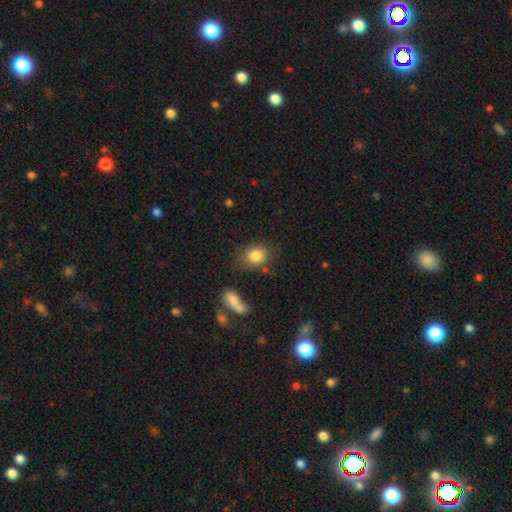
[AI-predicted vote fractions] This appears to be a smooth galaxy with no disk features (83%) that is in between round and cigar-shaped (57%). Merging: none (69%).